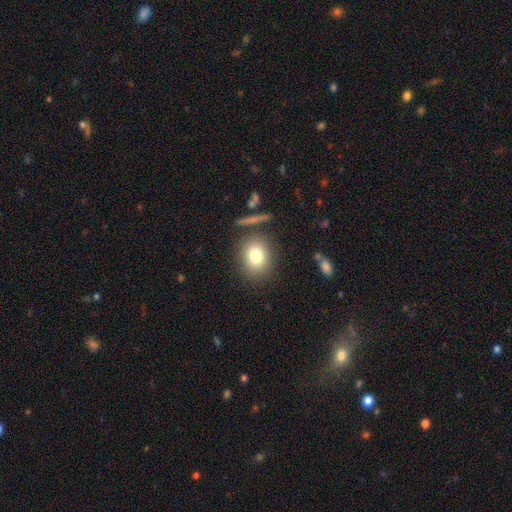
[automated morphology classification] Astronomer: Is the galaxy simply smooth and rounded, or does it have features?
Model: smooth — 79%.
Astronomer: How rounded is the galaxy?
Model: round — 59% (runner-up: in between, 40%).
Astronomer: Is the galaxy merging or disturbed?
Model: none — 81%.